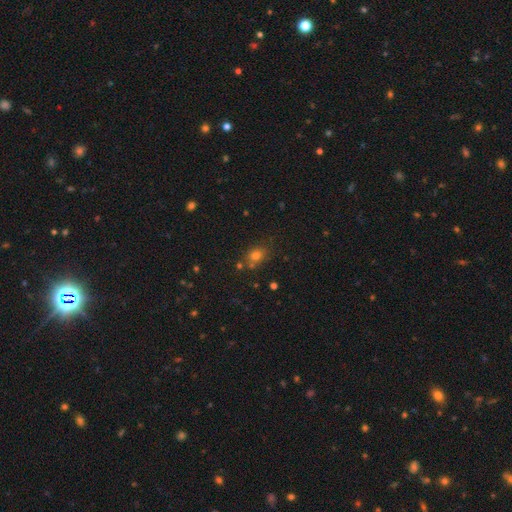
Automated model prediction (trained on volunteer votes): smooth 71%, star or artifact 21%, featured or disk 8%. Down the decision tree: how rounded — round (58%); merging — none (71%).